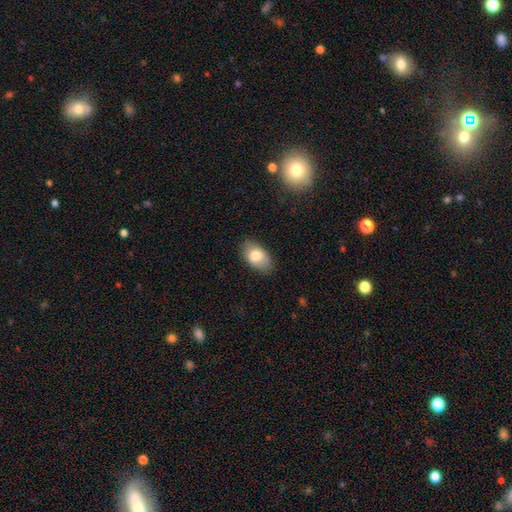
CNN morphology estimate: A smooth galaxy with no disk features (79%) that is in between round and cigar-shaped (92%). Merging: none (82%).